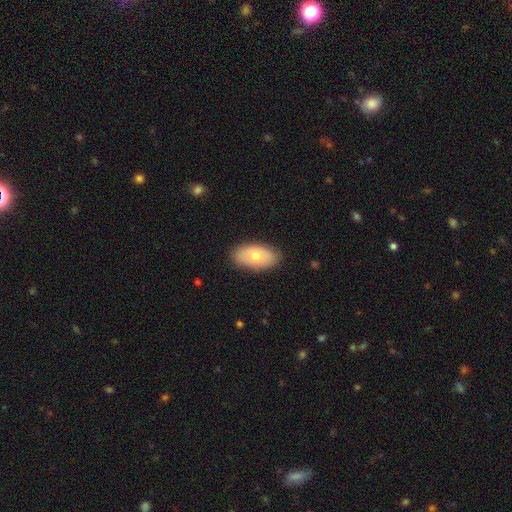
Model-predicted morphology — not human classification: Smooth or featured? Predicted: smooth (p=0.67). How rounded? Predicted: in between (p=0.93). Merging? Predicted: none (p=0.86).